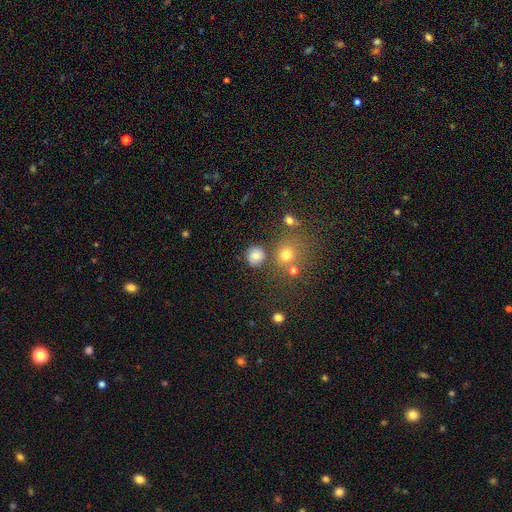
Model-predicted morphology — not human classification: type=smooth (75%); roundness=round (86%); merging=none (78%).